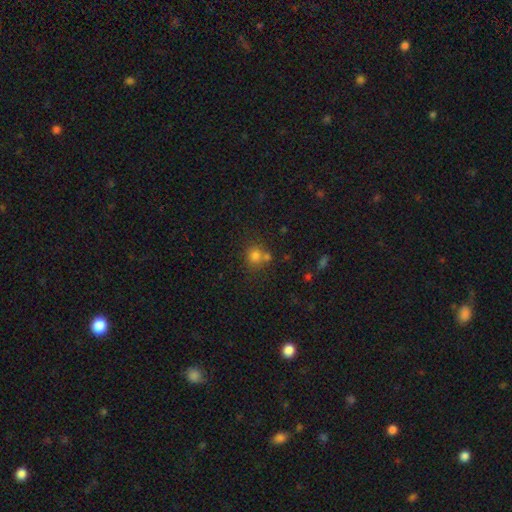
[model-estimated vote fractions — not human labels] Smooth or featured? smooth (77%)
How rounded? round (80%)
Merging? none (55%)